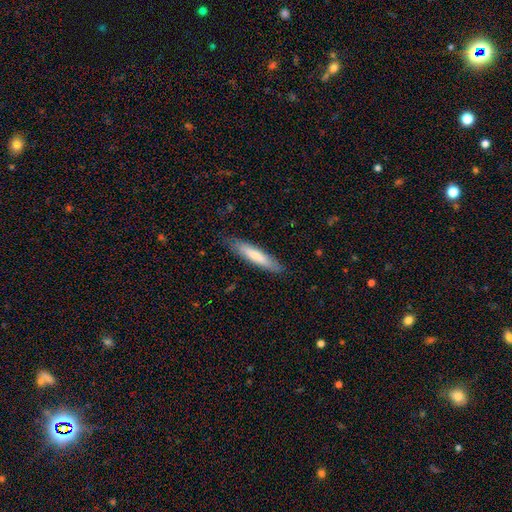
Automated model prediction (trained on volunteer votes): A smooth galaxy with no disk features (74%) that is cigar-shaped (85%).

Vote fractions:
- Smooth or featured? smooth: 74% / featured or disk: 21% / star or artifact: 5%
- How rounded? cigar-shaped: 85% / in between: 14% / round: 1%
- Merging? none: 83% / minor disturbance: 14% / major disturbance: 3% / merger: 1%